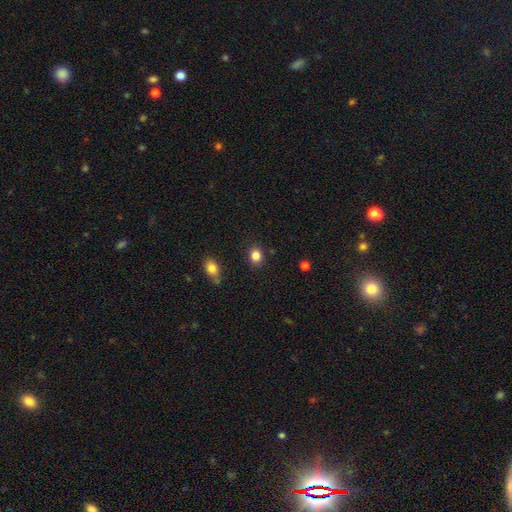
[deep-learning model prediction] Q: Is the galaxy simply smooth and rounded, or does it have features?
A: smooth — 85%.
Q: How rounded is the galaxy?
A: round — 54%.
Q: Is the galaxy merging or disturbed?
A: none — 86%.